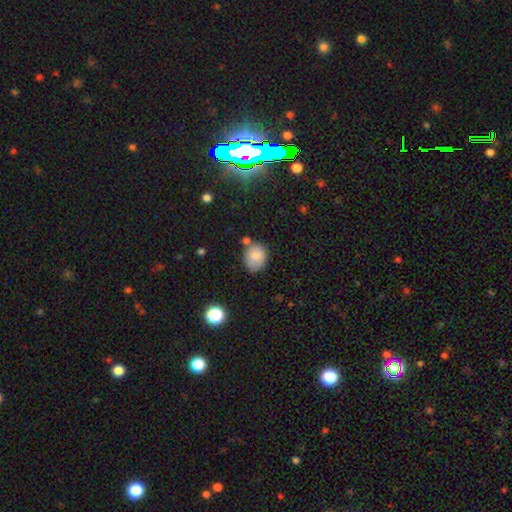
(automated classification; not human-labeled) smooth 79%, featured or disk 11%, star or artifact 9%. Down the decision tree: how rounded — in between (55%); merging — none (62%).